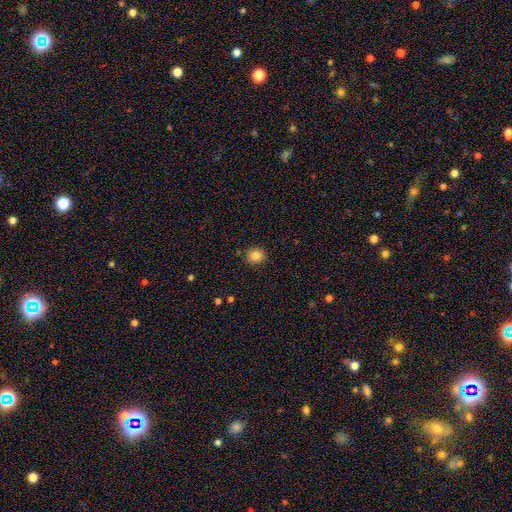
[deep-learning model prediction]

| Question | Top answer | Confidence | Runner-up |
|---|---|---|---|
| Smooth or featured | smooth | 84% | star or artifact (11%) |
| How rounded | round | 88% | in between (11%) |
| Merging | none | 90% | minor disturbance (7%) |